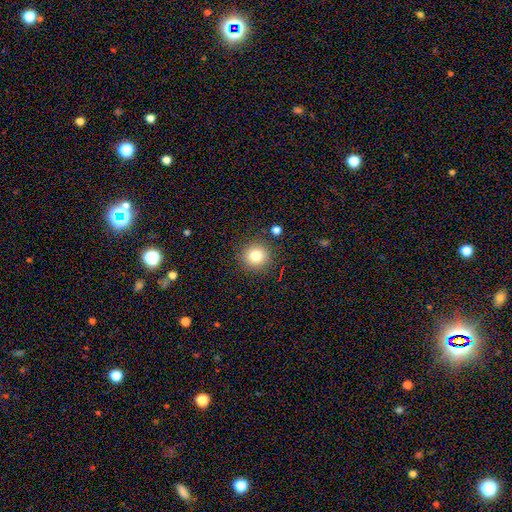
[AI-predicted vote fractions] Smooth or featured?
  - smooth: 80% *
  - star or artifact: 13%
  - featured or disk: 8%
How rounded?
  - round: 93% *
  - in between: 6%
  - cigar-shaped: 1%
Merging?
  - none: 87% *
  - minor disturbance: 7%
  - major disturbance: 3%
  - merger: 3%